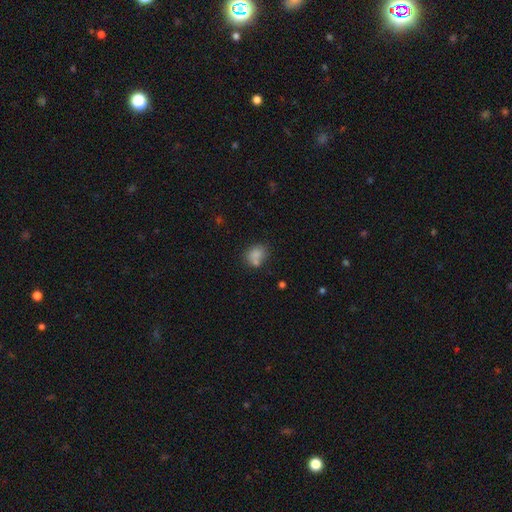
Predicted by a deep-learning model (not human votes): Smooth or featured?
  - smooth: 77% *
  - featured or disk: 13%
  - star or artifact: 10%
How rounded?
  - in between: 50% *
  - round: 49%
  - cigar-shaped: 1%
Merging?
  - none: 47% *
  - merger: 31%
  - minor disturbance: 16%
  - major disturbance: 6%